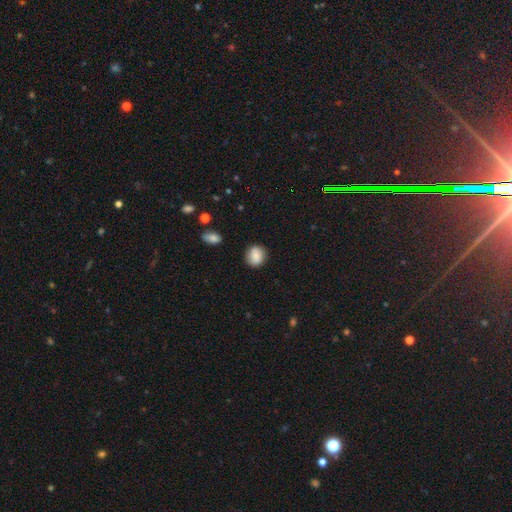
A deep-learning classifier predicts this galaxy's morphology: Overall: smooth (83%). How rounded: round (76%). Merging: none (81%).